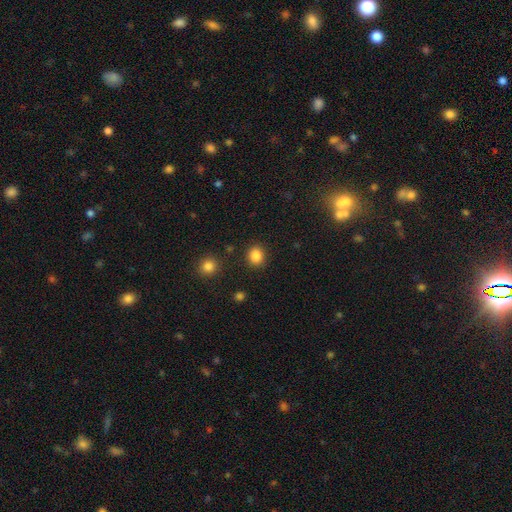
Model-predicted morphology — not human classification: The model was most divided on "how rounded": round: 72%, in between: 28%, cigar-shaped: 1%. More confident: merging — none (87%); smooth or featured — smooth (86%).